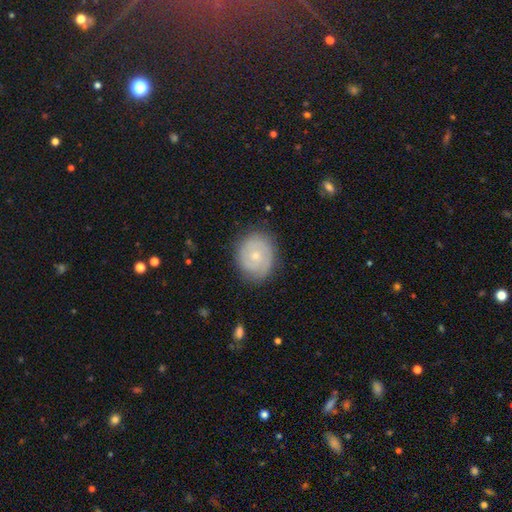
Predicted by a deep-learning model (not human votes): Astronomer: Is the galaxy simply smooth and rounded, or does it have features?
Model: featured or disk — 62%.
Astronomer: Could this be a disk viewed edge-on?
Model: no — 97%.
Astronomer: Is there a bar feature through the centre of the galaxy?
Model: no — 79%.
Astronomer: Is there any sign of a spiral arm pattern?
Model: yes — 82%.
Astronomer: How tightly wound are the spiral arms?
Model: tight — 67%.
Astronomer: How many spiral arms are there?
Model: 2 — 53%.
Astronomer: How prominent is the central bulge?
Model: small — 61% (runner-up: moderate, 36%).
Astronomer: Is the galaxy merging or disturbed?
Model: none — 81%.